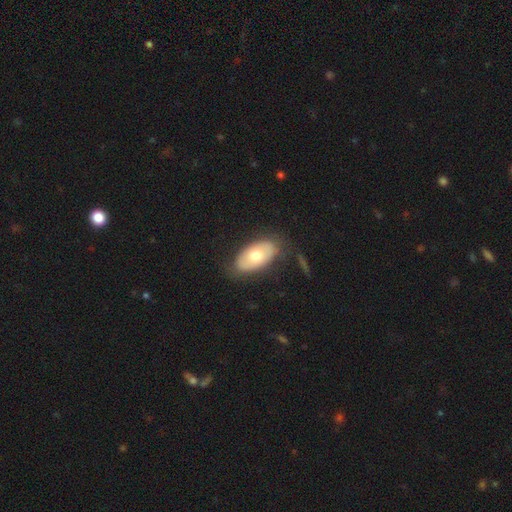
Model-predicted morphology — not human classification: A smooth galaxy with no disk features (59%) that is in between round and cigar-shaped (93%). Merging: none (78%).